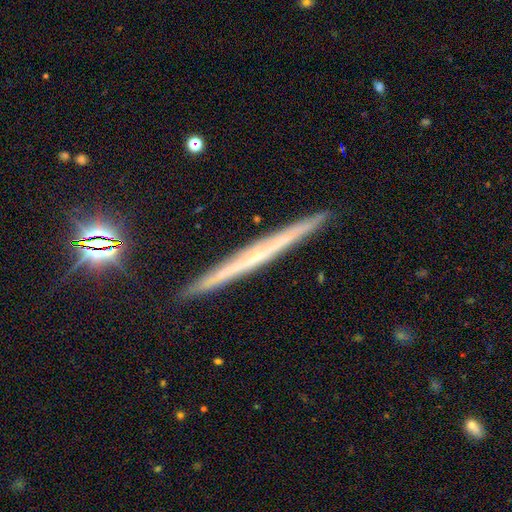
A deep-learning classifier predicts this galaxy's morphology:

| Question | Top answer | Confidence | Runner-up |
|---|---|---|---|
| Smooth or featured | featured or disk | 65% | smooth (26%) |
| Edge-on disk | yes | 97% | no (3%) |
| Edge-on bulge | none | 67% | rounded (28%) |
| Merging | none | 92% | minor disturbance (6%) |